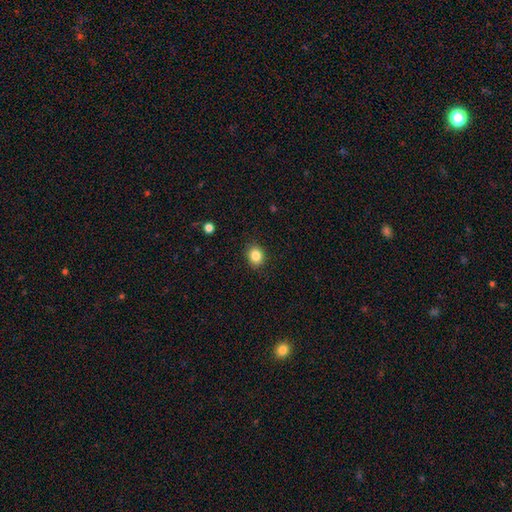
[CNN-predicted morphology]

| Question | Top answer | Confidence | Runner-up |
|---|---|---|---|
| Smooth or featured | smooth | 85% | star or artifact (10%) |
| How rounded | round | 60% | in between (40%) |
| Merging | none | 89% | minor disturbance (8%) |